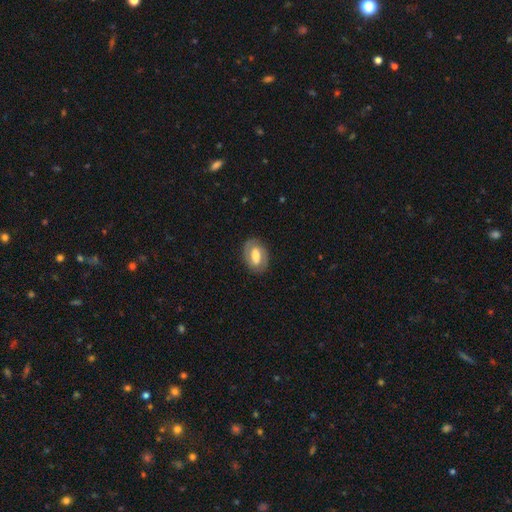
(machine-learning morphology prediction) Smooth or featured?
  - featured or disk: 48% *
  - smooth: 46%
  - star or artifact: 7%
Merging?
  - none: 83% *
  - minor disturbance: 12%
  - major disturbance: 4%
  - merger: 1%